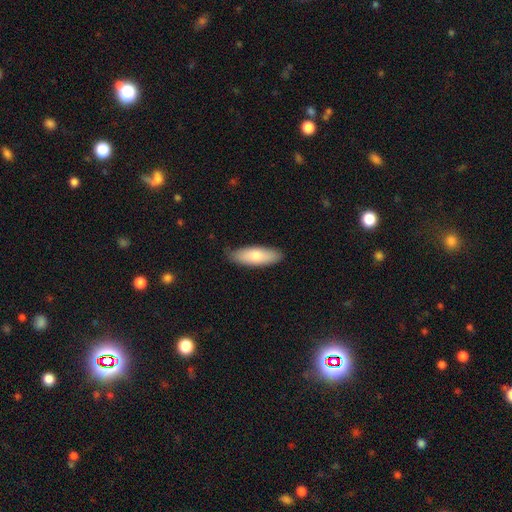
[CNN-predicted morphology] A smooth galaxy with no disk features (76%) that is in between round and cigar-shaped (64%).

Vote fractions:
- Smooth or featured? smooth: 76% / featured or disk: 18% / star or artifact: 5%
- How rounded? in between: 64% / cigar-shaped: 35% / round: 2%
- Merging? none: 82% / minor disturbance: 15% / major disturbance: 2% / merger: 1%